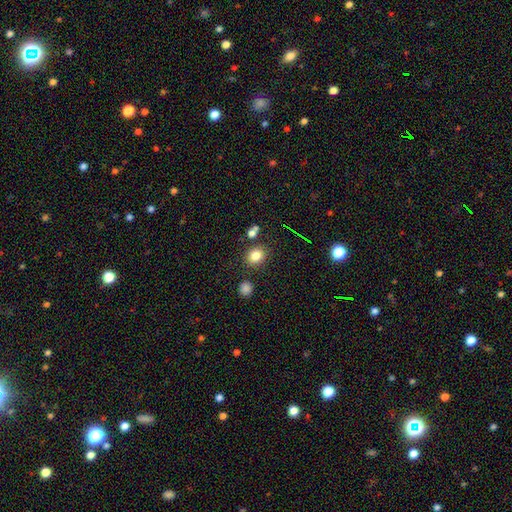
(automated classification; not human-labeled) Q: Smooth or featured?
A: smooth (79%); runner-up: star or artifact (13%)
Q: How rounded?
A: round (56%); runner-up: in between (43%)
Q: Merging?
A: none (79%); runner-up: minor disturbance (10%)